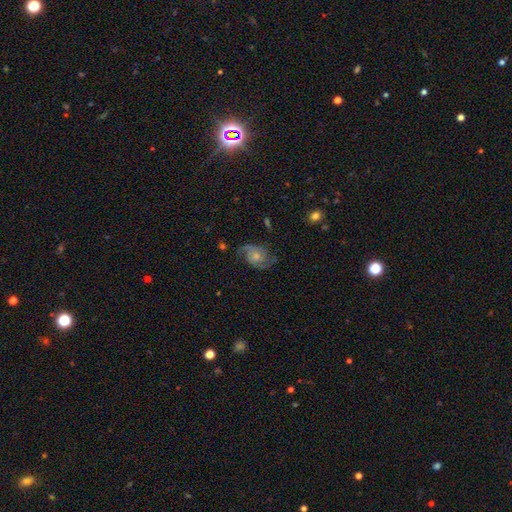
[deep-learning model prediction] Q: Smooth or featured?
A: featured or disk (72%); runner-up: smooth (21%)
Q: Edge-on disk?
A: no (97%); runner-up: yes (3%)
Q: Bar?
A: no (71%); runner-up: weak (26%)
Q: Spiral arms?
A: yes (92%); runner-up: no (8%)
Q: Spiral winding?
A: medium (47%); runner-up: loose (28%)
Q: Spiral arm count?
A: 2 (79%); runner-up: can't tell (10%)
Q: Bulge size?
A: moderate (44%); runner-up: small (43%)
Q: Merging?
A: none (65%); runner-up: minor disturbance (22%)